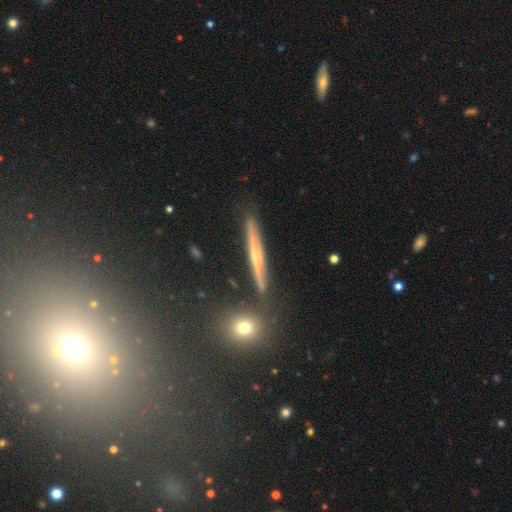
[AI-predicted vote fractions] Overall: featured or disk (64%; smooth 26%). Edge-on disk: yes (94%). Edge-on bulge: rounded (57%; none 38%). Merging: none (84%).